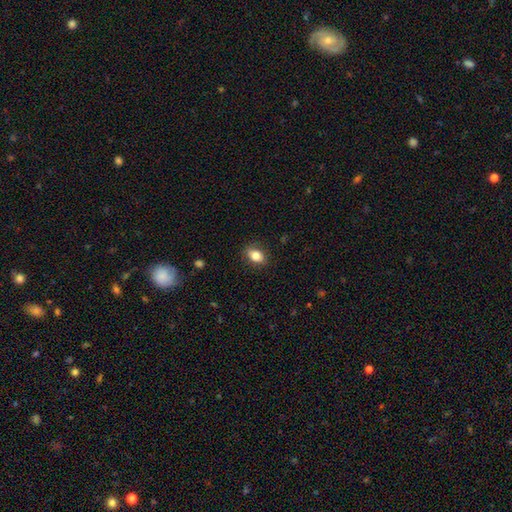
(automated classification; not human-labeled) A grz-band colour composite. It shows a smooth galaxy with no disk features (82%) that is in between round and cigar-shaped (82%). Merging: none (84%).